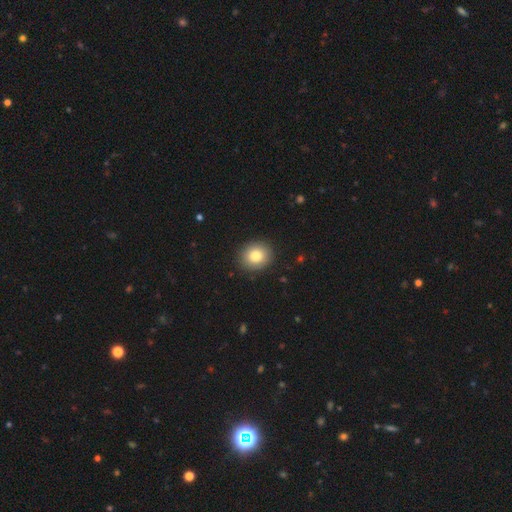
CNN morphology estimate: The model was most divided on "how rounded": round: 74%, in between: 25%, cigar-shaped: 1%. More confident: merging — none (89%); smooth or featured — smooth (83%).